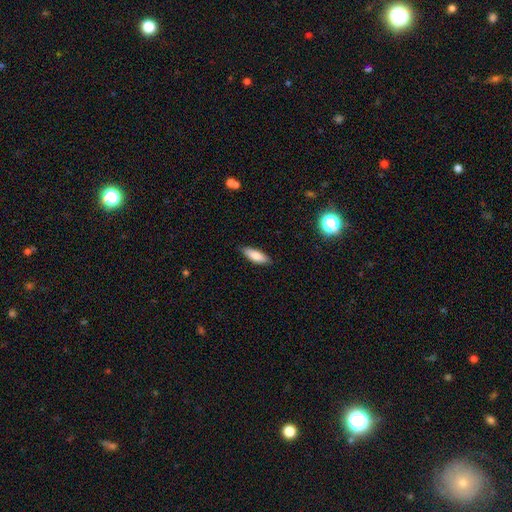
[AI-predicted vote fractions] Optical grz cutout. It shows a smooth galaxy with no disk features (83%) that is in between round and cigar-shaped (64%). Merging: none (85%).